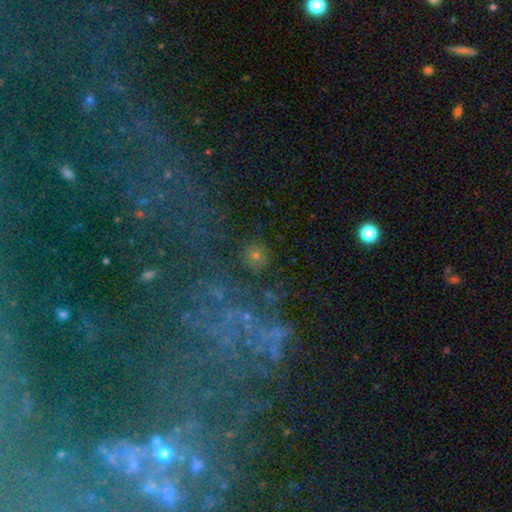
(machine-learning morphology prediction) Smooth or featured? smooth (57%)
How rounded? round (90%)
Merging? none (82%)